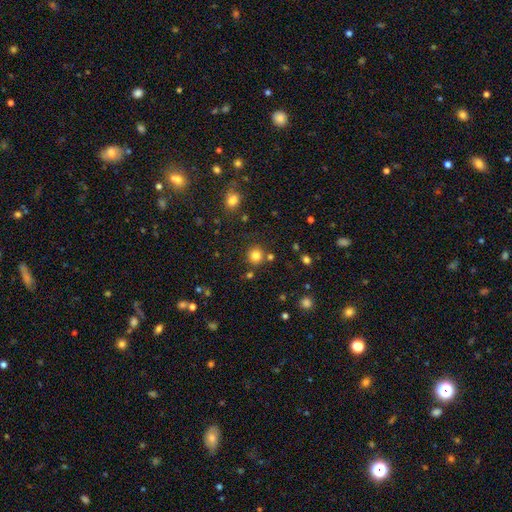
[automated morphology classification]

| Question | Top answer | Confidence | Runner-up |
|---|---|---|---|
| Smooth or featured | smooth | 81% | star or artifact (14%) |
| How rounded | round | 93% | in between (6%) |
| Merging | none | 83% | minor disturbance (7%) |